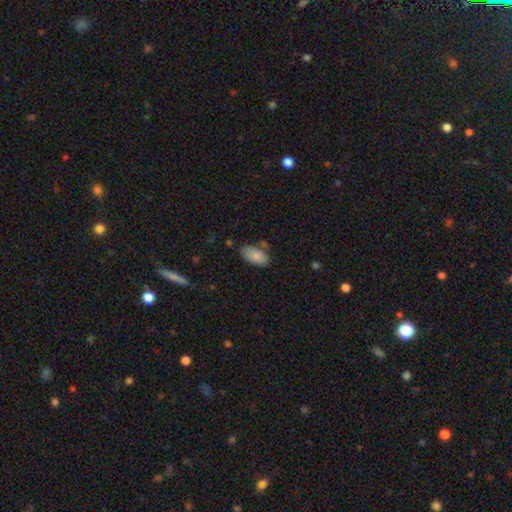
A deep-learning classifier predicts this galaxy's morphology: Smooth or featured? smooth (85%)
How rounded? in between (94%)
Merging? none (65%)